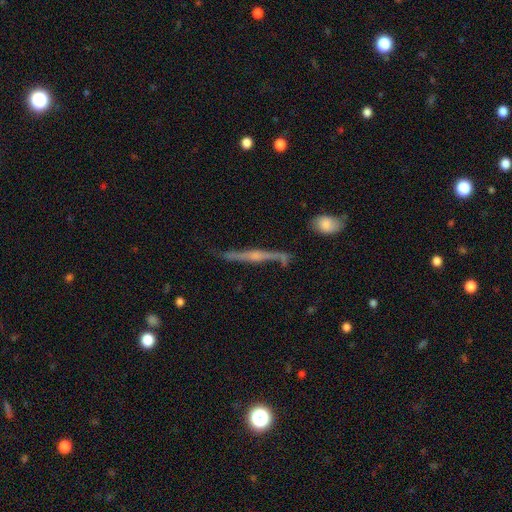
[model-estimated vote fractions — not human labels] This appears to be a featured or disk galaxy (69%) viewed edge-on (92%) with a rounded central bulge (68%). Merging: none (76%).